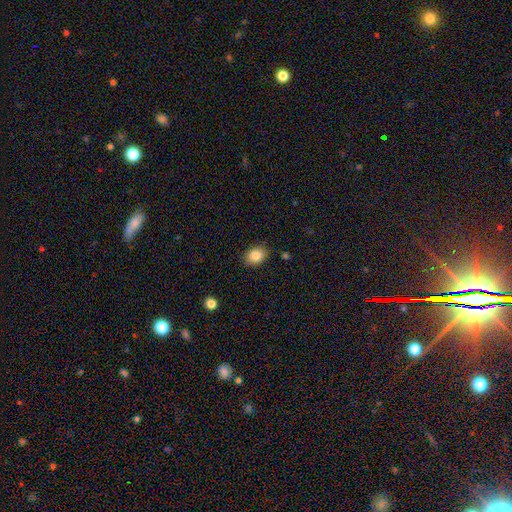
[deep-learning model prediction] This appears to be a smooth galaxy with no disk features (85%) that is in between round and cigar-shaped (64%). Merging: none (85%).